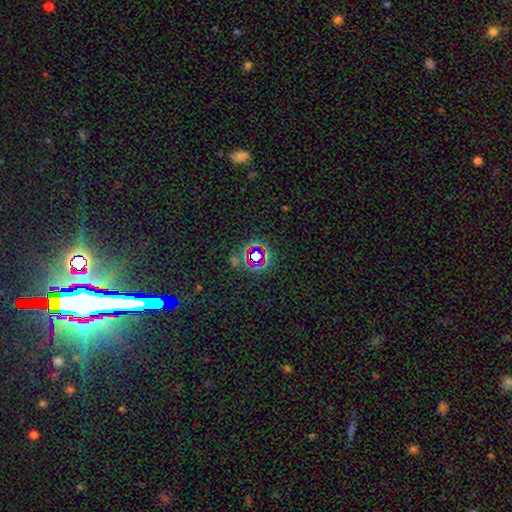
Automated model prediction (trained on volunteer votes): Smooth or featured?
  - star or artifact: 73% *
  - smooth: 17%
  - featured or disk: 10%